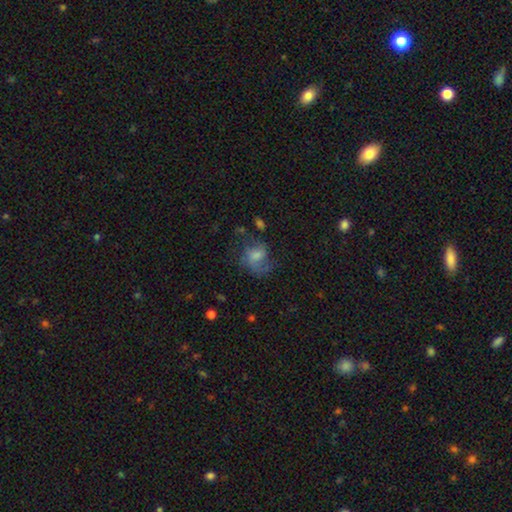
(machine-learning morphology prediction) Smooth or featured? smooth (48%)
Merging? none (41%)